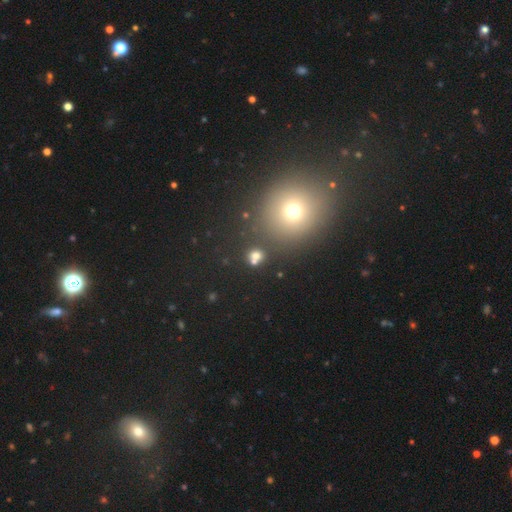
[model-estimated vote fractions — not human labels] A smooth galaxy with no disk features (70%) that is round (84%).

Vote fractions:
- Smooth or featured? smooth: 70% / star or artifact: 21% / featured or disk: 9%
- How rounded? round: 84% / in between: 15% / cigar-shaped: 1%
- Merging? none: 65% / merger: 22% / minor disturbance: 8% / major disturbance: 4%